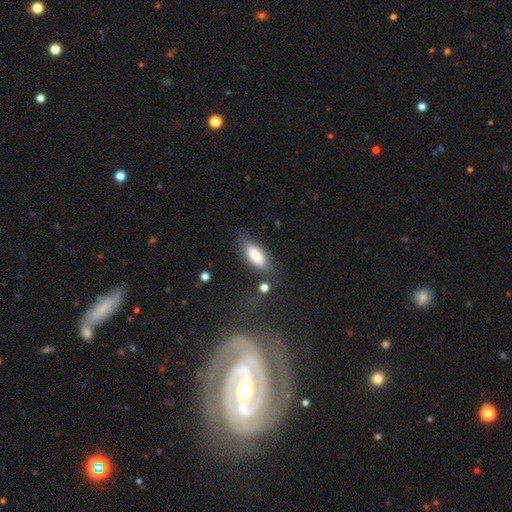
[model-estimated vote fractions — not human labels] A smooth galaxy with no disk features (81%) that is in between round and cigar-shaped (80%). Merging: none (73%).